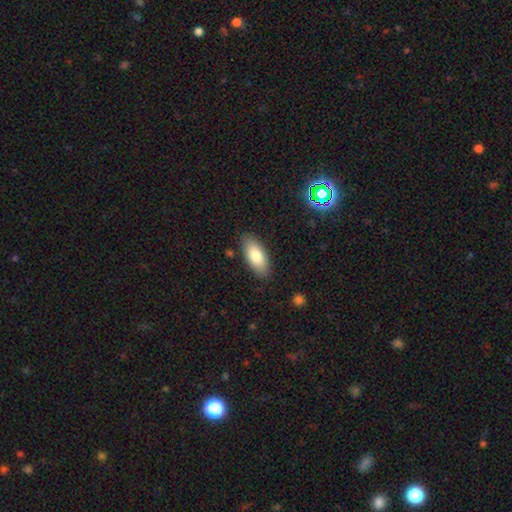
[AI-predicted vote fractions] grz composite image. It shows a smooth galaxy with no disk features (80%) that is in between round and cigar-shaped (86%). Merging: none (85%).